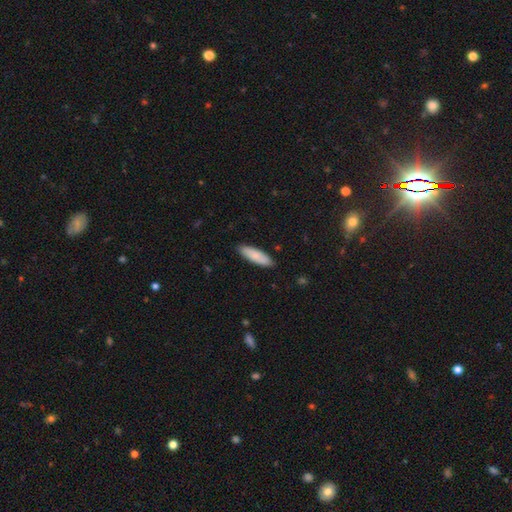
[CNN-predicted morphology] This is clearly a smooth galaxy (85%). How rounded: possibly cigar-shaped (51%). Merging: clearly none (88%).